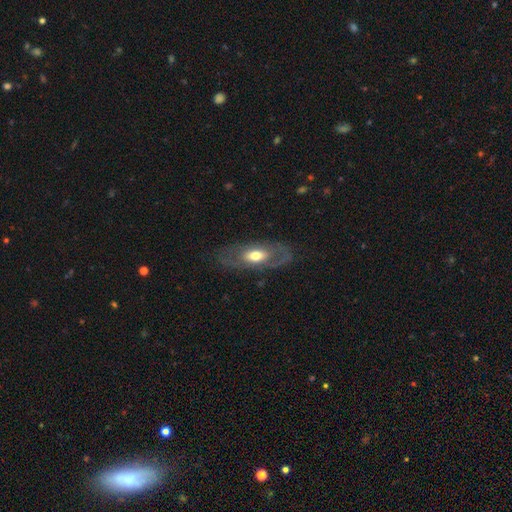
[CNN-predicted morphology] Smooth or featured: featured or disk — 56% (smooth — 38%)
Edge-on disk: no — 81% (yes — 19%)
Merging: none — 72% (minor disturbance — 16%)